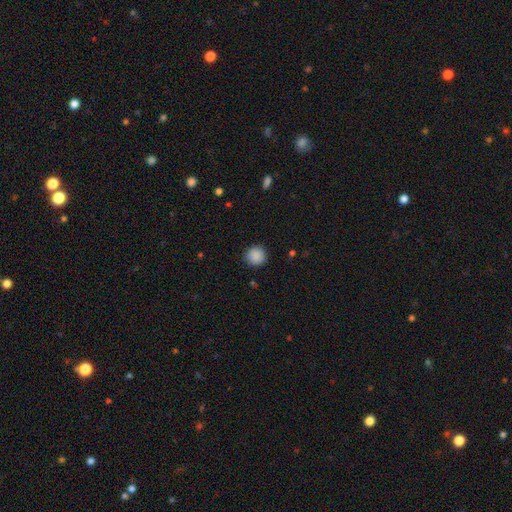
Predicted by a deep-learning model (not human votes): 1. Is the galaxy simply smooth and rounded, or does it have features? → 88% smooth, 9% star or artifact, 3% featured or disk.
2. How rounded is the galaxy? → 94% round, 5% in between, 1% cigar-shaped.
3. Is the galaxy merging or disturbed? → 90% none, 7% minor disturbance, 2% major disturbance, 1% merger.